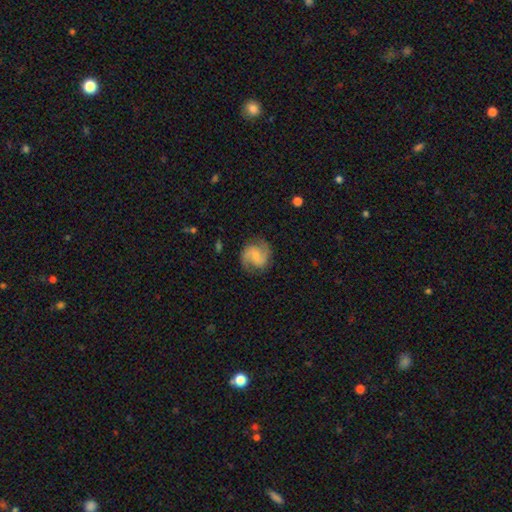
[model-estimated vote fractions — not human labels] A featured or disk galaxy (81%) with a weak bar (48%), 2 (91%) medium (54%) spiral arms (96%) and a small central bulge (60%). Merging: none (82%).